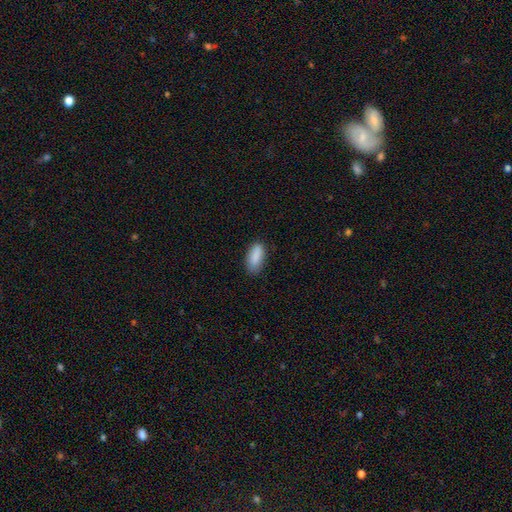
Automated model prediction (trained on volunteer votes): A smooth galaxy with no disk features (88%) that is in between round and cigar-shaped (84%). Merging: none (80%).